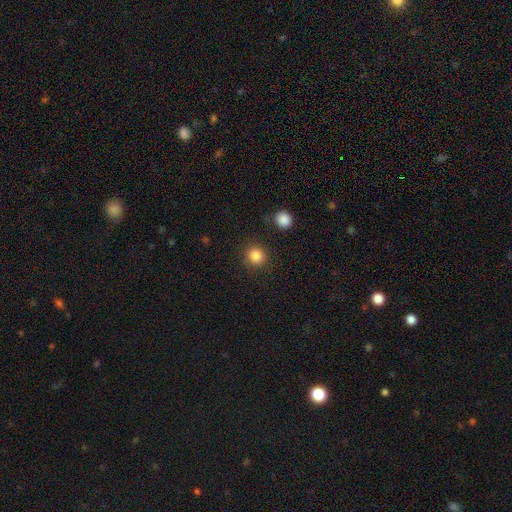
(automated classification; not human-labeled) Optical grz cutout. It shows a smooth galaxy with no disk features (85%) that is round (90%). Merging: none (88%).